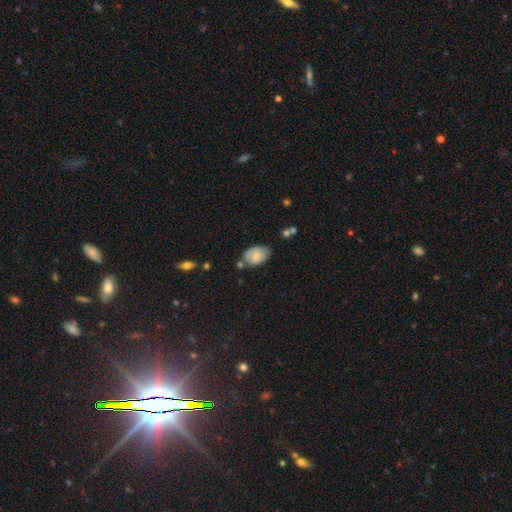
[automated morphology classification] type=smooth (72%); roundness=in between (89%); merging=none (50%).